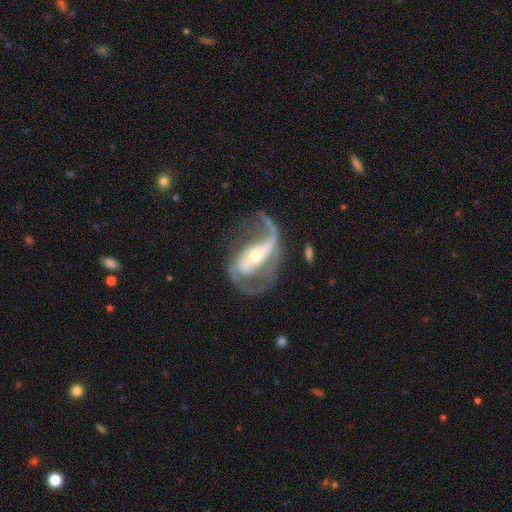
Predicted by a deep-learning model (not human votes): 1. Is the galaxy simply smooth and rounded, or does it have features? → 87% featured or disk, 8% smooth, 5% star or artifact.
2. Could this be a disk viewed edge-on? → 94% no, 6% yes.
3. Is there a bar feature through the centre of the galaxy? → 58% strong, 23% weak, 19% no.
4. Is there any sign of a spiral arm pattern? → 91% yes, 9% no.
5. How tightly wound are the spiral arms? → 50% loose, 37% medium, 13% tight.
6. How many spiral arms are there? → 74% 2, 18% 1, 4% can't tell, 2% 3, 1% 4, 1% more than 4.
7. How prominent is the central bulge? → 53% small, 40% moderate, 4% large, 2% none, 1% dominant.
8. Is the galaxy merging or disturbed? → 49% none, 28% major disturbance, 18% minor disturbance, 4% merger.